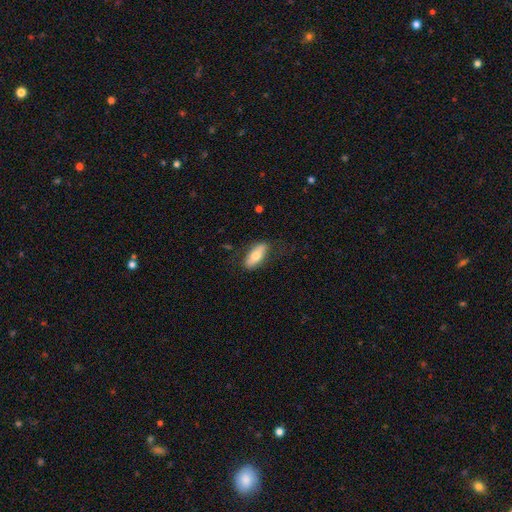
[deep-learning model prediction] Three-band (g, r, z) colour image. It shows a smooth galaxy with no disk features (67%) that is in between round and cigar-shaped (78%). Merging: none (76%).